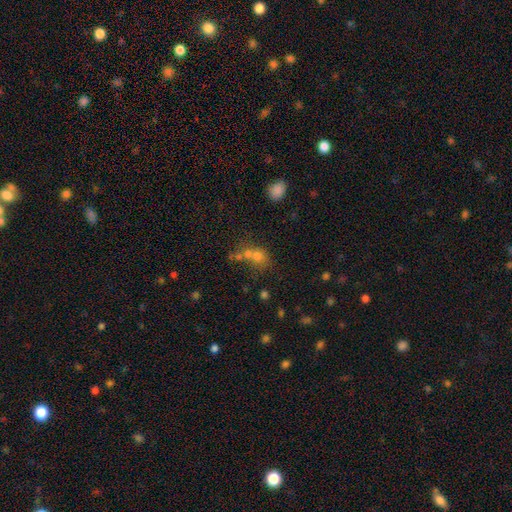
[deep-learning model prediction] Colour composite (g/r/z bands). It shows a smooth galaxy with no disk features (59%) that is round (70%). Merging: merger (44%).